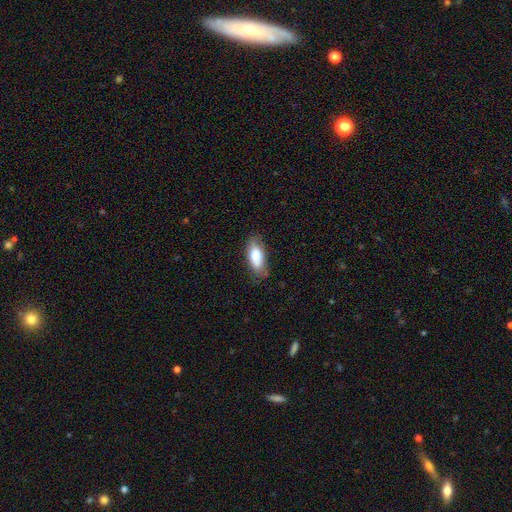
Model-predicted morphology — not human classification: A smooth galaxy with no disk features (74%) that is in between round and cigar-shaped (79%). Merging: none (71%).